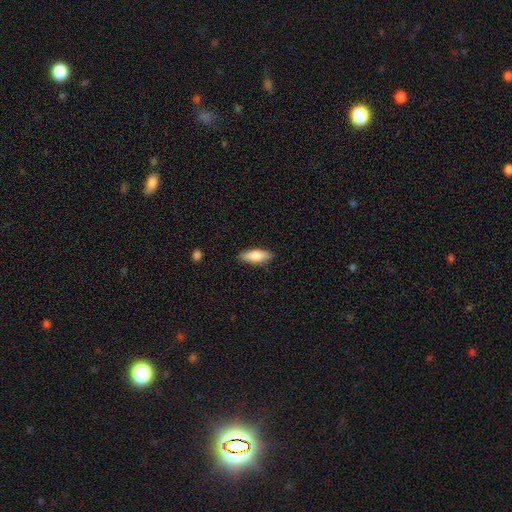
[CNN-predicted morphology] smooth_or_featured: smooth (p=0.78) [alt: featured or disk p=0.16]
how_rounded: in between (p=0.63) [alt: cigar-shaped p=0.35]
merging: none (p=0.86) [alt: minor disturbance p=0.10]